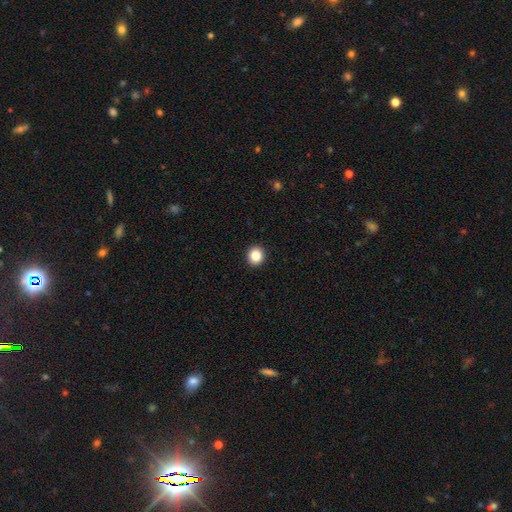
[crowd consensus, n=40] smooth_or_featured: smooth (p=0.90) [alt: star or artifact p=0.07]
how_rounded: round (p=0.94) [alt: in between p=0.06]
merging: none (p=0.95) [alt: minor disturbance p=0.03]